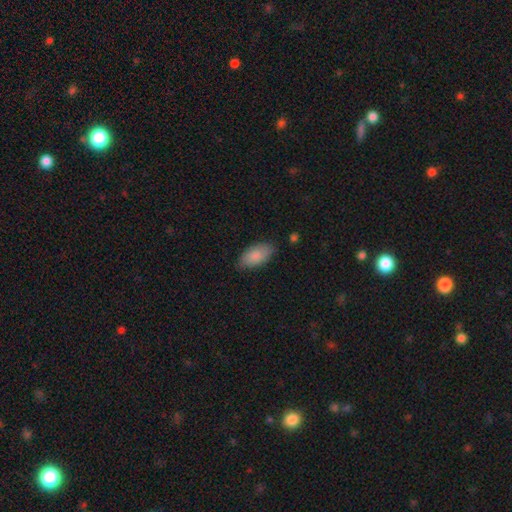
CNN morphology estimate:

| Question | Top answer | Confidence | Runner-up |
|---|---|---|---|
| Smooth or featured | smooth | 87% | featured or disk (7%) |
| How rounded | in between | 93% | cigar-shaped (5%) |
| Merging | none | 80% | minor disturbance (15%) |